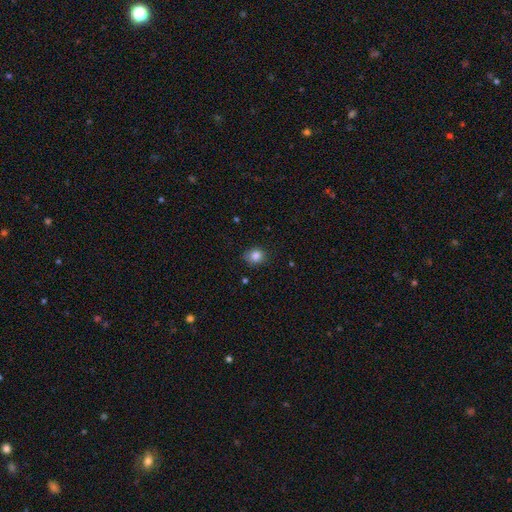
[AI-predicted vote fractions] smooth 85%, star or artifact 10%, featured or disk 5%. Down the decision tree: how rounded — round (71%); merging — none (77%).